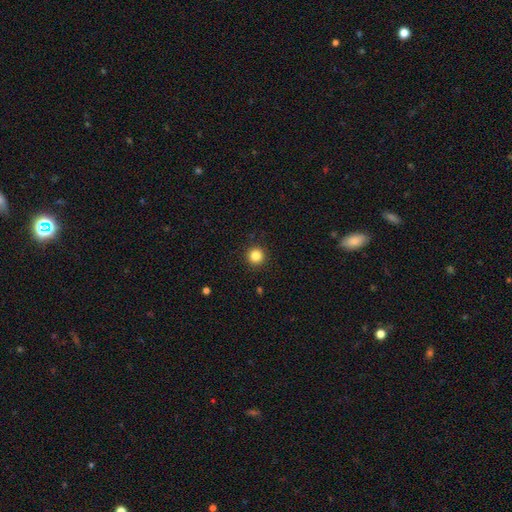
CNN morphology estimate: smooth_or_featured: smooth (p=0.84) [alt: star or artifact p=0.12]
how_rounded: round (p=0.96) [alt: in between p=0.03]
merging: none (p=0.93) [alt: minor disturbance p=0.04]